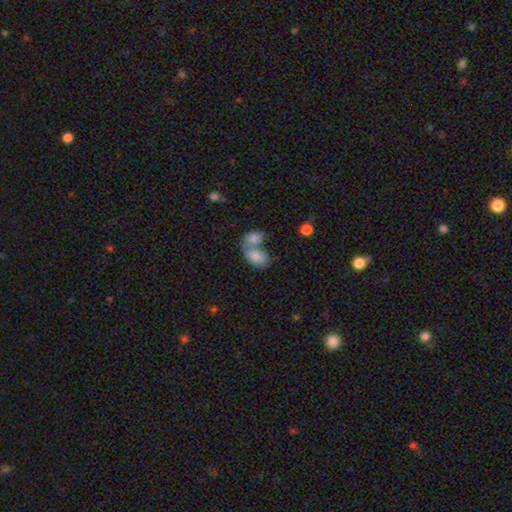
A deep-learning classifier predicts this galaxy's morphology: A smooth galaxy with no disk features (80%) that is in between round and cigar-shaped (89%).

Vote fractions:
- Smooth or featured? smooth: 80% / featured or disk: 12% / star or artifact: 7%
- How rounded? in between: 89% / round: 9% / cigar-shaped: 2%
- Merging? merger: 67% / none: 20% / minor disturbance: 8% / major disturbance: 5%